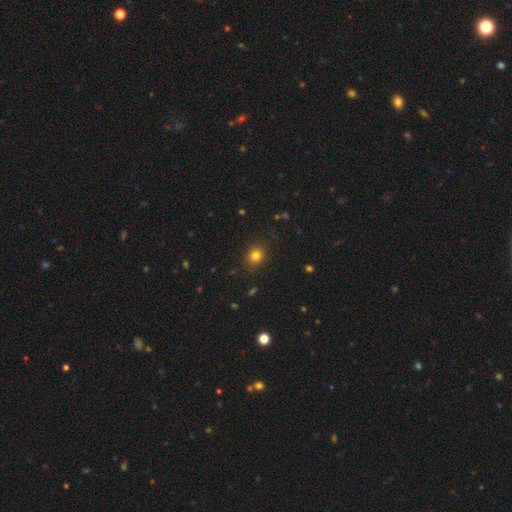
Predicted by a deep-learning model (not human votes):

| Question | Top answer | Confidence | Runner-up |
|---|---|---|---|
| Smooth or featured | smooth | 80% | star or artifact (14%) |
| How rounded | round | 73% | in between (26%) |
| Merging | none | 87% | minor disturbance (9%) |